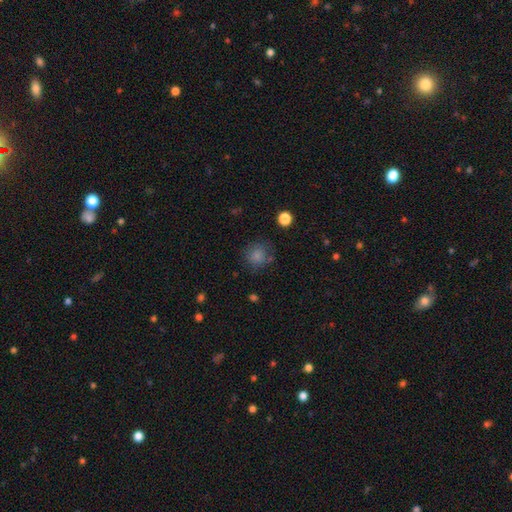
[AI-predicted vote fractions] The model was most divided on "smooth or featured": smooth: 69%, star or artifact: 22%, featured or disk: 9%. More confident: how rounded — round (89%); merging — none (78%).